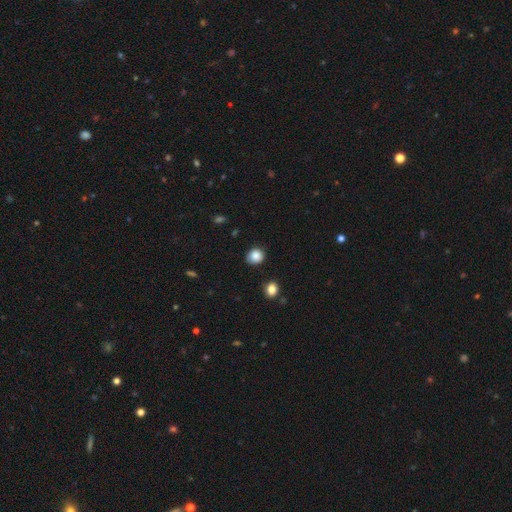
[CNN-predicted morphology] A smooth galaxy with no disk features (86%) that is round (78%). Merging: none (80%).